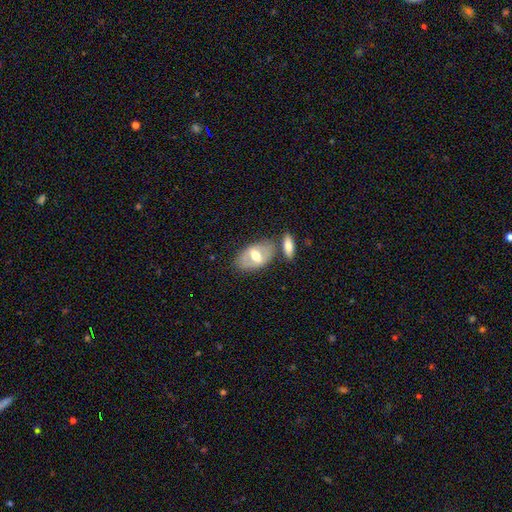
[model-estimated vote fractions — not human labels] The model was most divided on "smooth or featured": featured or disk: 49%, smooth: 44%, star or artifact: 6%. More confident: merging — none (64%).